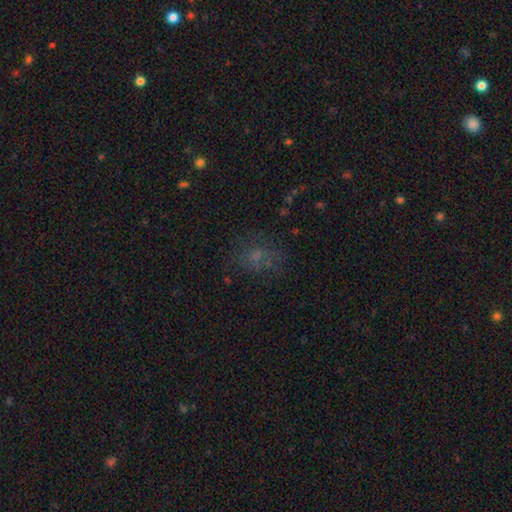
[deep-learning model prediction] Q: Smooth or featured?
A: smooth (48%); runner-up: star or artifact (29%)
Q: Merging?
A: none (60%); runner-up: minor disturbance (19%)